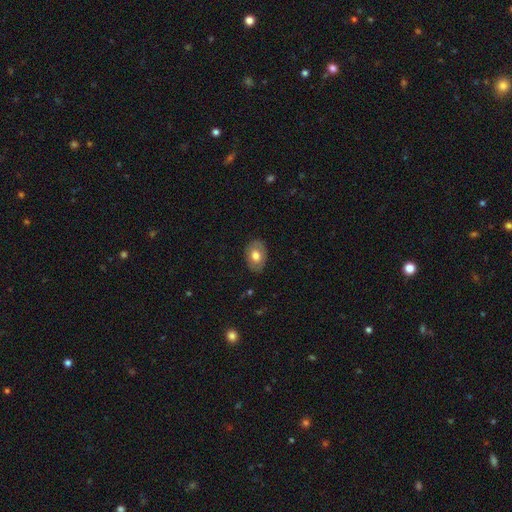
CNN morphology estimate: smooth 67%, featured or disk 26%, star or artifact 7%. Down the decision tree: how rounded — in between (79%); merging — none (83%).